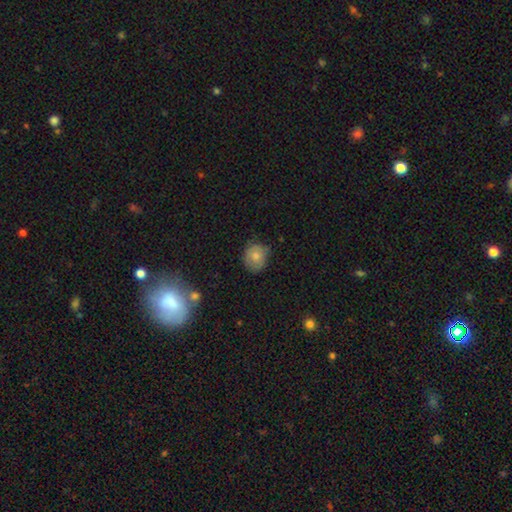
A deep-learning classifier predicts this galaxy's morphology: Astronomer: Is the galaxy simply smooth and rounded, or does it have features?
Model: smooth — 78%.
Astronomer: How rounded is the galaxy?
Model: round — 78%.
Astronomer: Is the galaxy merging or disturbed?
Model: none — 70%.